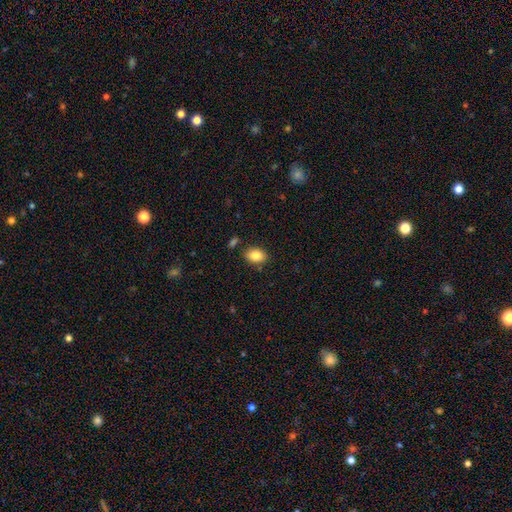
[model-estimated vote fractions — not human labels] Overall: smooth (85%). How rounded: in between (83%). Merging: none (83%).